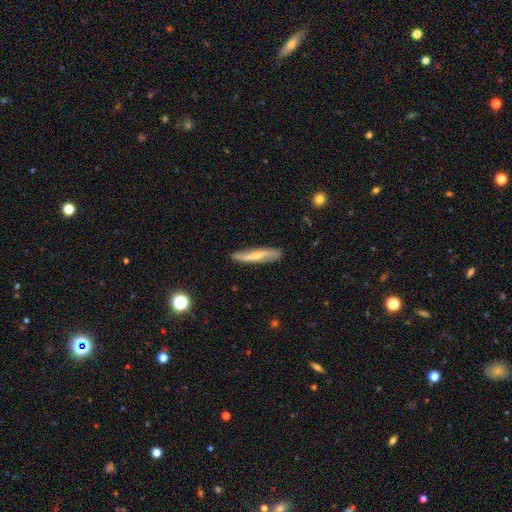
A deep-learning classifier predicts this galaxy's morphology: A featured or disk galaxy (59%).

Vote fractions:
- Smooth or featured? featured or disk: 59% / smooth: 35% / star or artifact: 6%
- Edge-on disk? no: 51% / yes: 49%
- Merging? none: 80% / minor disturbance: 15% / major disturbance: 3% / merger: 2%